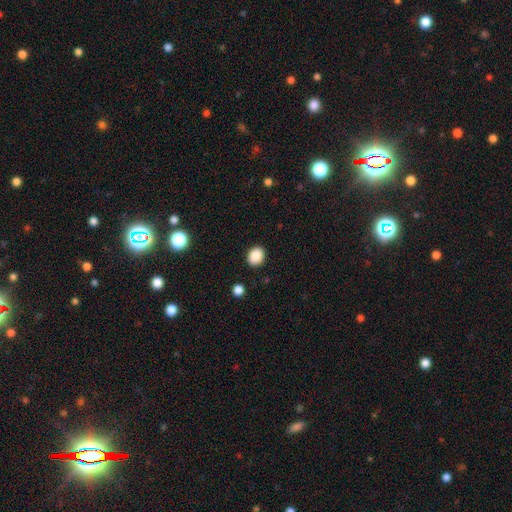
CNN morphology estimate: This appears to be a smooth galaxy with no disk features (88%) that is round (55%). Merging: none (89%).